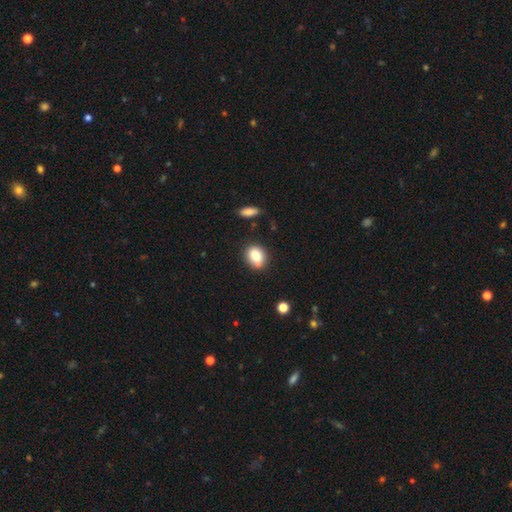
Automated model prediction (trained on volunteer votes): Q: Smooth or featured?
A: smooth (81%); runner-up: featured or disk (10%)
Q: How rounded?
A: in between (59%); runner-up: round (39%)
Q: Merging?
A: none (77%); runner-up: minor disturbance (16%)